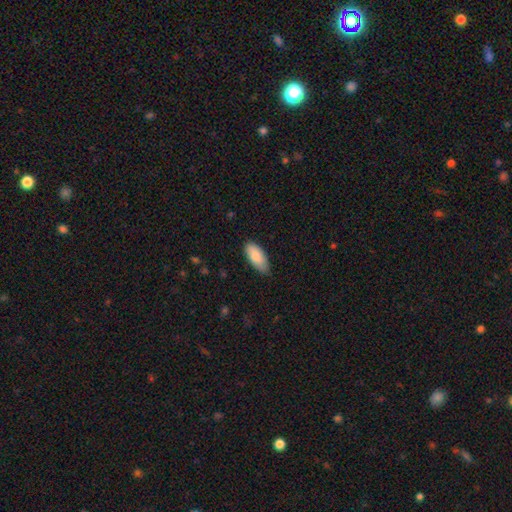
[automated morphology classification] smooth 86%, featured or disk 9%, star or artifact 6%. Down the decision tree: how rounded — in between (88%); merging — none (73%).